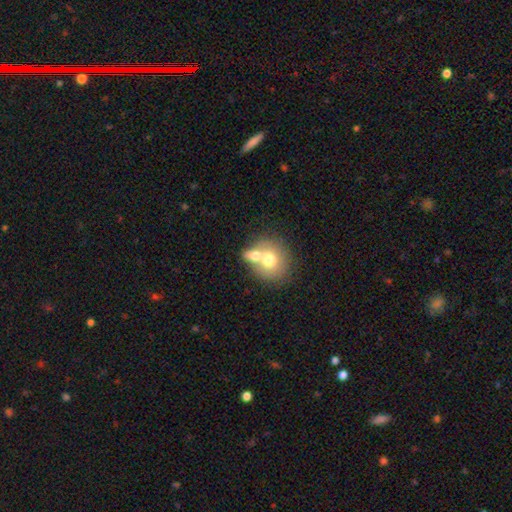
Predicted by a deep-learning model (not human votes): Smooth or featured: smooth — 67% (featured or disk — 25%)
How rounded: round — 67% (in between — 31%)
Merging: merger — 63% (none — 26%)